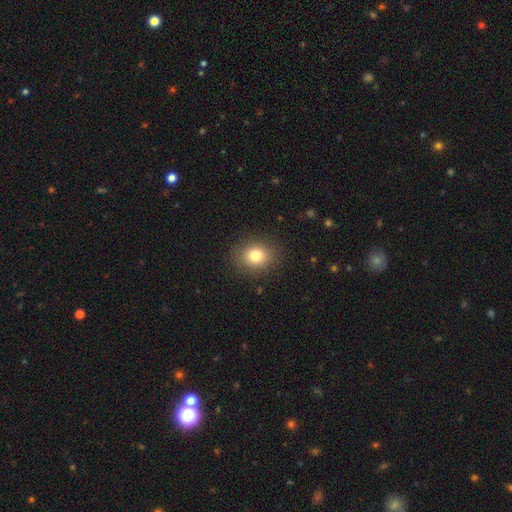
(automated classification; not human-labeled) Overall: smooth (80%). How rounded: round (65%; in between 34%). Merging: none (88%).